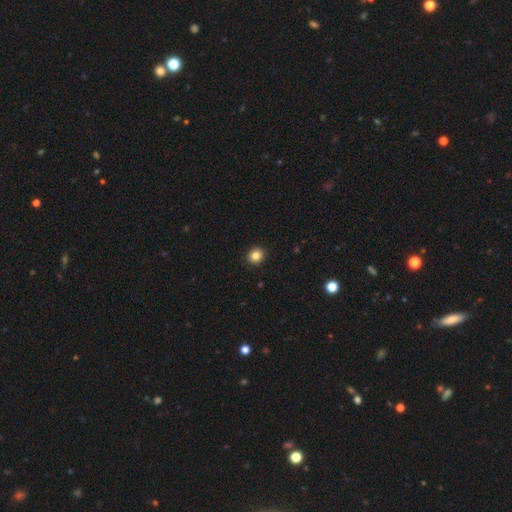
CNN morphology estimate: Smooth or featured? smooth (84%)
How rounded? round (82%)
Merging? none (93%)